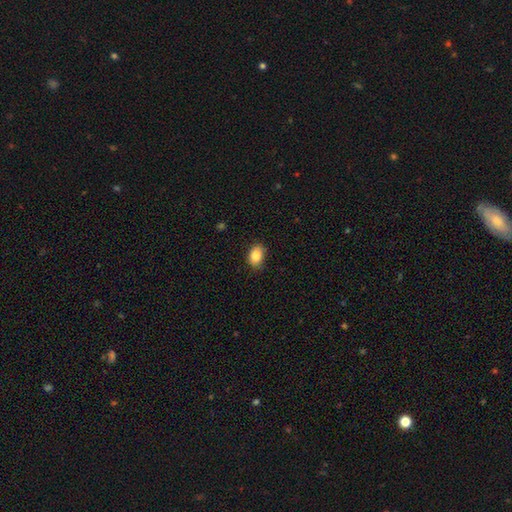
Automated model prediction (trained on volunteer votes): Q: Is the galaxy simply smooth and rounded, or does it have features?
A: smooth — 86%.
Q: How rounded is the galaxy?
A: in between — 79%.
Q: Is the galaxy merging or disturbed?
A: none — 78%.